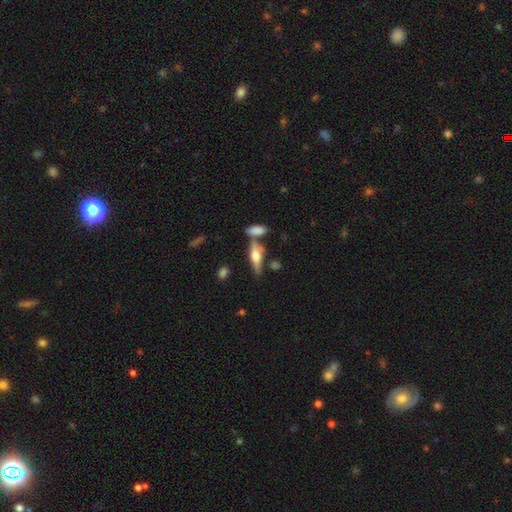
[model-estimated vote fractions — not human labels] This is possibly a featured or disk galaxy (54%). It is clearly viewed edge-on (93%). Merging: likely none (65%).